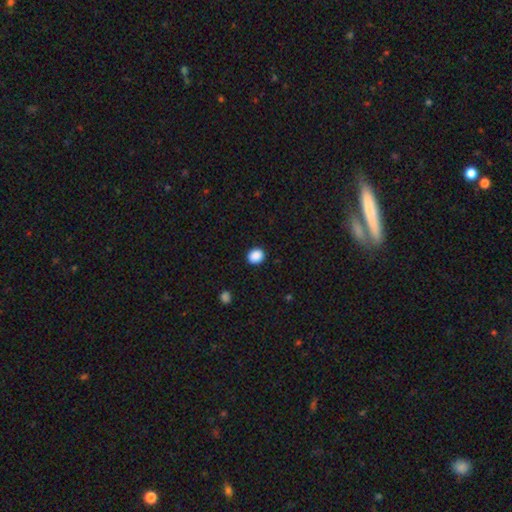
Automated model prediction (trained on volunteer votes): Smooth or featured: smooth — 89% (star or artifact — 9%)
How rounded: round — 71% (in between — 28%)
Merging: none — 91% (minor disturbance — 6%)